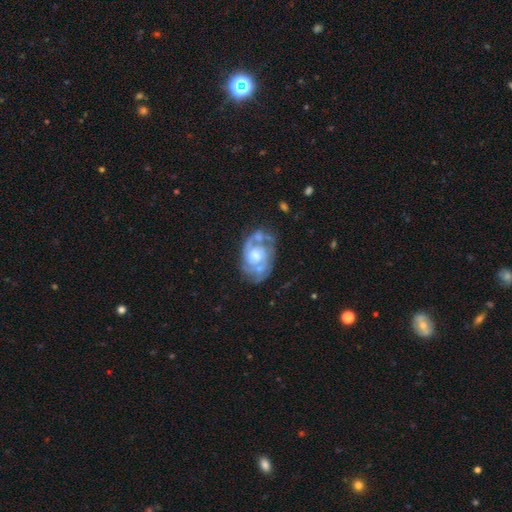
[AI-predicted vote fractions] Q: Smooth or featured?
A: featured or disk (84%); runner-up: smooth (11%)
Q: Edge-on disk?
A: no (97%); runner-up: yes (3%)
Q: Bar?
A: no (64%); runner-up: weak (30%)
Q: Spiral arms?
A: yes (92%); runner-up: no (8%)
Q: Spiral winding?
A: tight (53%); runner-up: medium (37%)
Q: Spiral arm count?
A: 2 (55%); runner-up: can't tell (21%)
Q: Bulge size?
A: moderate (53%); runner-up: small (24%)
Q: Merging?
A: none (55%); runner-up: minor disturbance (23%)